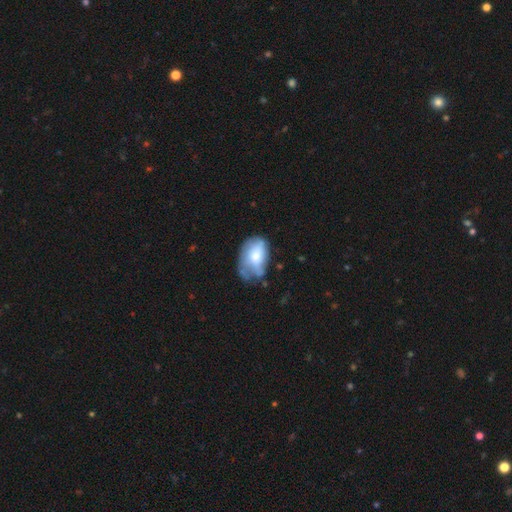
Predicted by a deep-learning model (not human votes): Smooth or featured? Predicted: smooth (p=0.59). How rounded? Predicted: in between (p=0.86). Merging? Predicted: none (p=0.37).